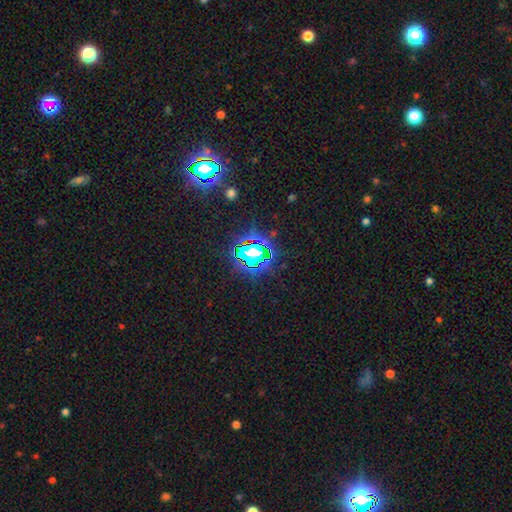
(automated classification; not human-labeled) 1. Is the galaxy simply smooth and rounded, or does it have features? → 69% star or artifact, 19% smooth, 11% featured or disk.